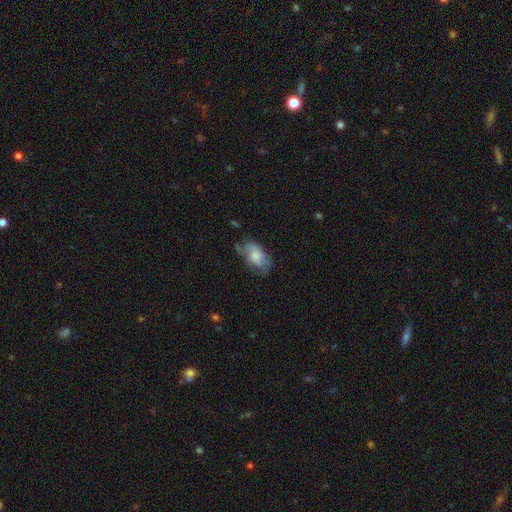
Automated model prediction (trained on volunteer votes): smooth-or-featured: smooth: 53% | featured or disk: 39% | star or artifact: 8%
  how-rounded: in between: 90% | round: 8% | cigar-shaped: 2%
  merging: none: 50% | minor disturbance: 31% | major disturbance: 17% | merger: 2%